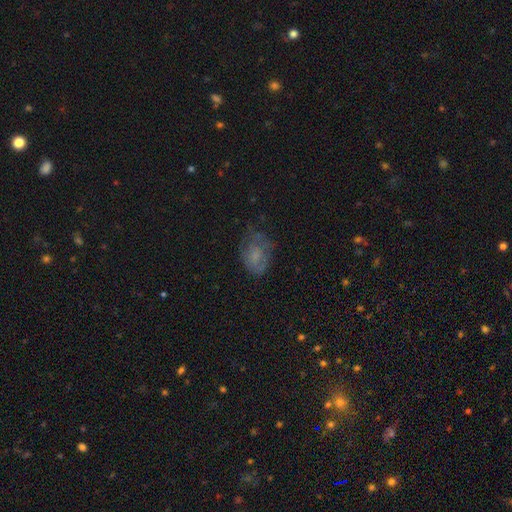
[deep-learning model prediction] Smooth or featured?
  - smooth: 57% *
  - featured or disk: 31%
  - star or artifact: 13%
How rounded?
  - in between: 73% *
  - round: 26%
  - cigar-shaped: 1%
Merging?
  - none: 51% *
  - minor disturbance: 29%
  - major disturbance: 18%
  - merger: 2%